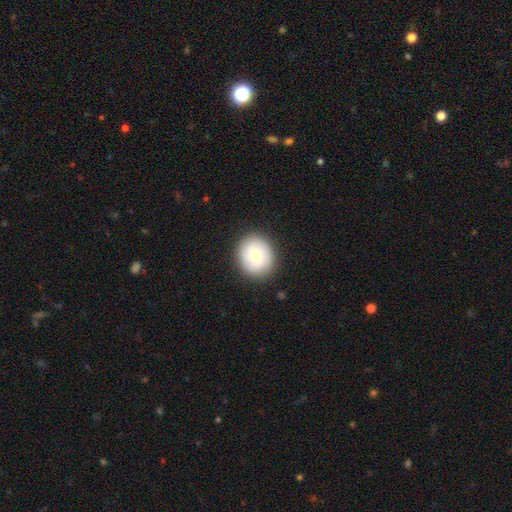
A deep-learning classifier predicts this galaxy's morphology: Smooth or featured?
  - smooth: 60% *
  - featured or disk: 33%
  - star or artifact: 7%
How rounded?
  - round: 77% *
  - in between: 22%
  - cigar-shaped: 1%
Merging?
  - none: 87% *
  - minor disturbance: 9%
  - major disturbance: 3%
  - merger: 1%